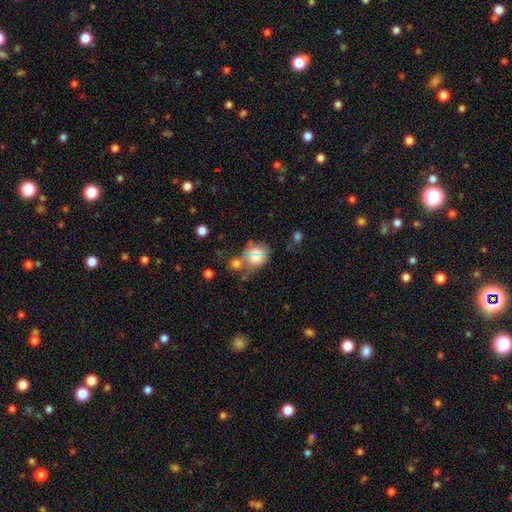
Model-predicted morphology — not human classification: A smooth galaxy with no disk features (64%) that is round (62%). Merging: merger (36%).